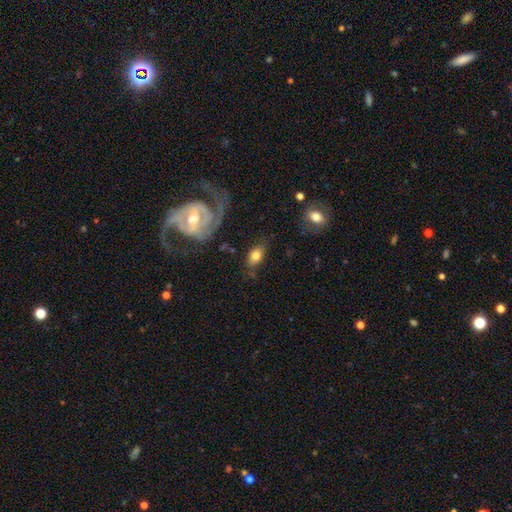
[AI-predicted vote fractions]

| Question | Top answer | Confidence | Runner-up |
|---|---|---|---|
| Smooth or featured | smooth | 70% | featured or disk (22%) |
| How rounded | in between | 86% | round (10%) |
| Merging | none | 69% | minor disturbance (18%) |